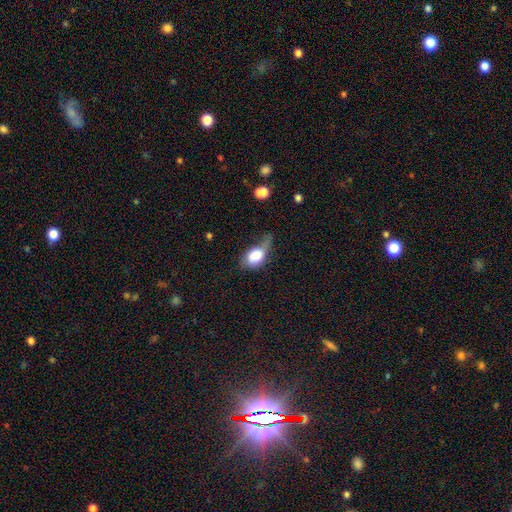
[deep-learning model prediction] Smooth or featured: smooth — 76% (featured or disk — 16%)
How rounded: in between — 81% (round — 16%)
Merging: major disturbance — 37% (minor disturbance — 35%)